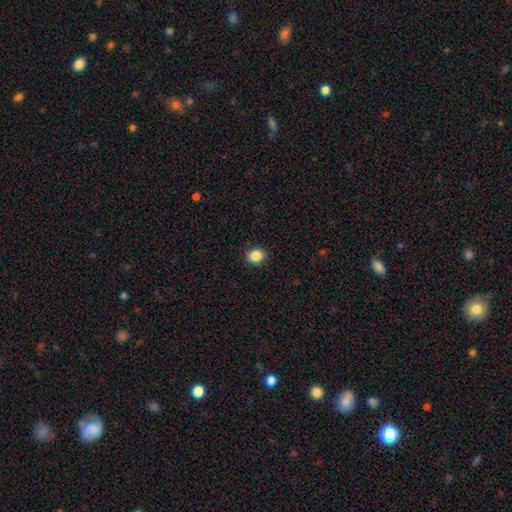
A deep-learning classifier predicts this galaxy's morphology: Overall: smooth (86%). How rounded: round (55%; in between 44%). Merging: none (91%).